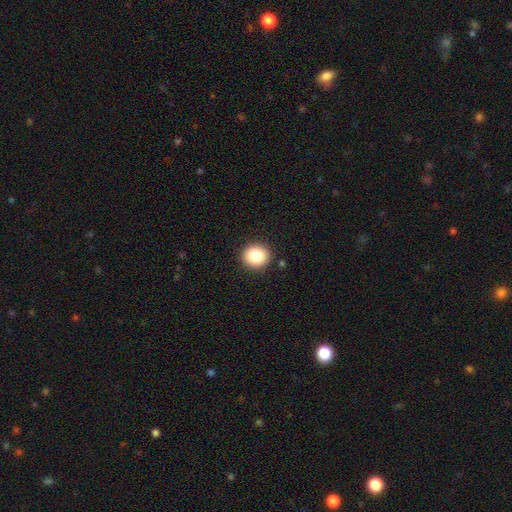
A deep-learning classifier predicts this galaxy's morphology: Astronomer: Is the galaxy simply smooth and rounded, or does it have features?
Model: smooth — 82%.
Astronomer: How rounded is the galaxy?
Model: round — 84%.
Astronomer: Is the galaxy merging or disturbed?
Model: none — 90%.